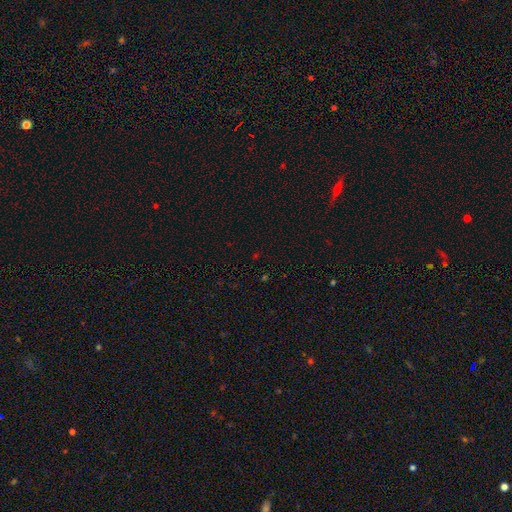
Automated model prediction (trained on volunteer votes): A star or artifact, not a galaxy (63%).

Vote fractions:
- Smooth or featured? star or artifact: 63% / smooth: 30% / featured or disk: 6%